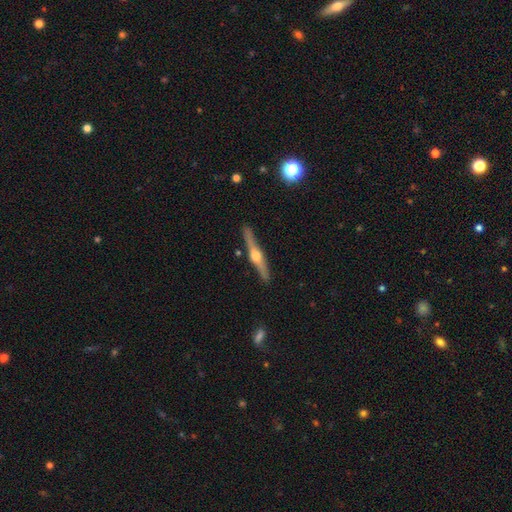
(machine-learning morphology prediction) Smooth or featured?
  - featured or disk: 77% *
  - smooth: 18%
  - star or artifact: 5%
Edge-on disk?
  - yes: 98% *
  - no: 2%
Edge-on bulge?
  - rounded: 96% *
  - boxy: 2%
  - none: 2%
Merging?
  - none: 89% *
  - minor disturbance: 7%
  - merger: 2%
  - major disturbance: 2%